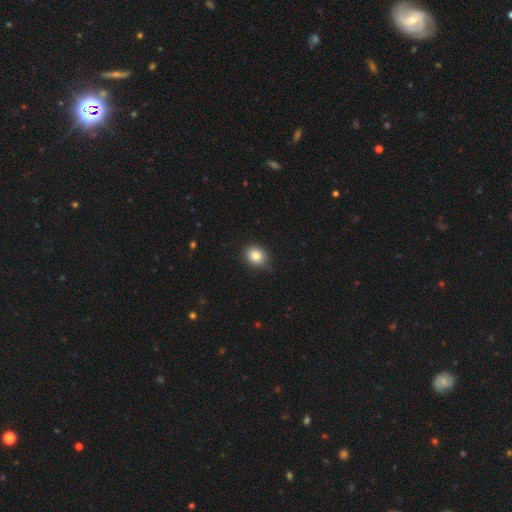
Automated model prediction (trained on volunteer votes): Morphology: type=smooth (83%); roundness=round (59%); merging=none (80%).